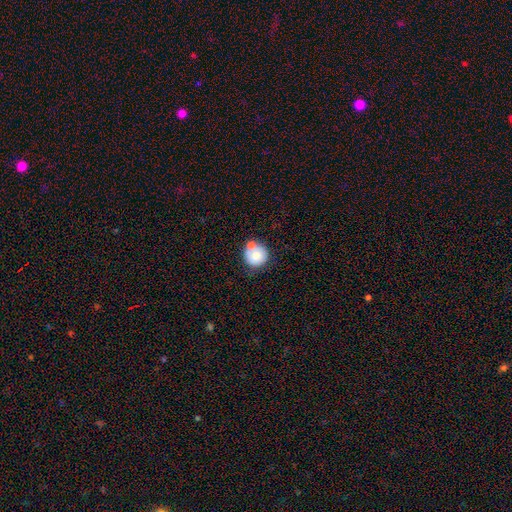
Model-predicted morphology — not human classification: smooth 75%, featured or disk 17%, star or artifact 9%. Down the decision tree: how rounded — round (91%); merging — none (56%).